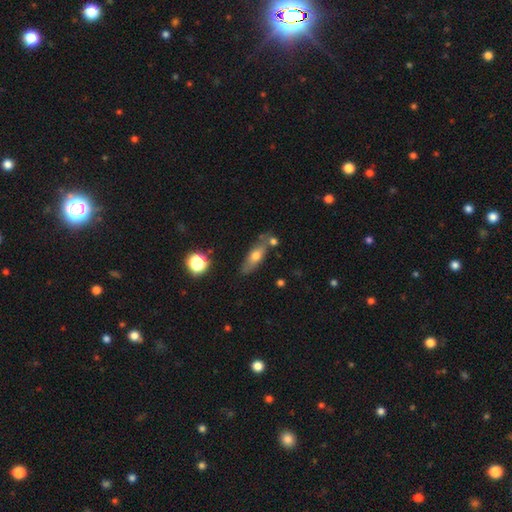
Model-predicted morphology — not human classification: Smooth or featured: smooth — 60% (featured or disk — 32%)
How rounded: in between — 58% (cigar-shaped — 37%)
Merging: none — 65% (minor disturbance — 18%)